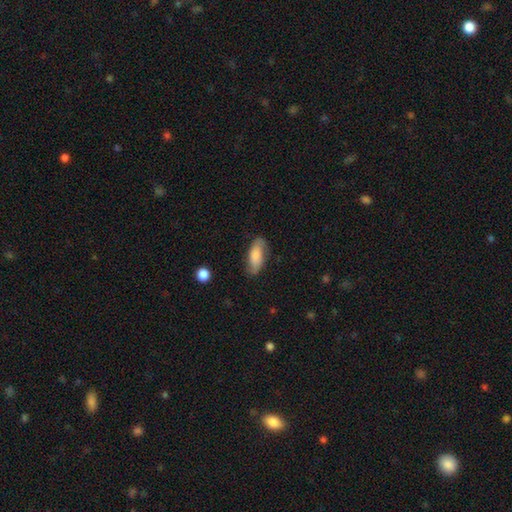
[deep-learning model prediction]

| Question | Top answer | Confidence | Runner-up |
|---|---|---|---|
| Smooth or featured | smooth | 74% | featured or disk (19%) |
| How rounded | in between | 79% | cigar-shaped (19%) |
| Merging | none | 74% | minor disturbance (20%) |